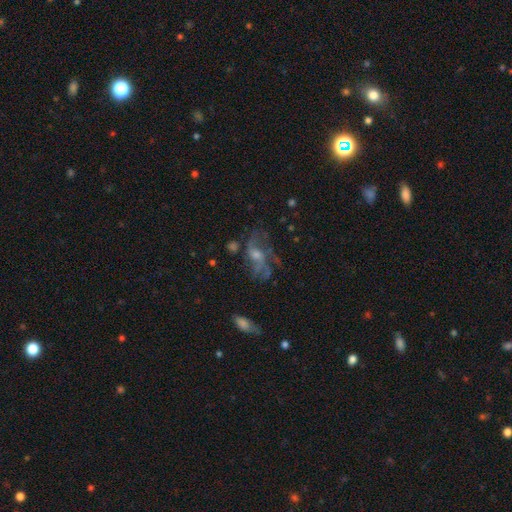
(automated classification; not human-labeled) This appears to be a featured or disk galaxy (67%) with no bar (67%), spiral arms (72%) and a moderate central bulge (45%). Merging: none (49%).